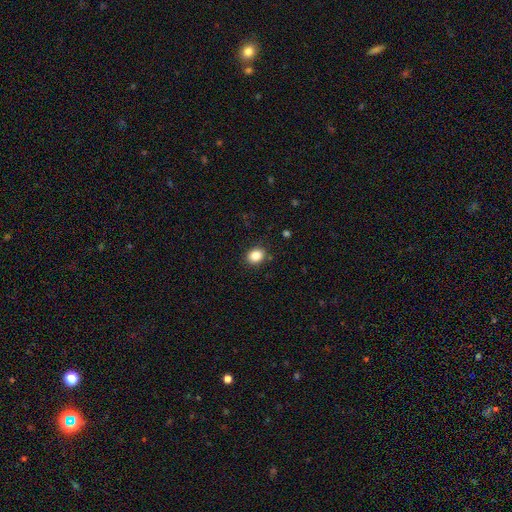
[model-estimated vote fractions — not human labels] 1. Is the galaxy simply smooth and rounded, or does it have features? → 85% smooth, 10% star or artifact, 5% featured or disk.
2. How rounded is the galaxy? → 58% round, 42% in between, 1% cigar-shaped.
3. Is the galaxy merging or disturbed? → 88% none, 8% minor disturbance, 2% major disturbance, 1% merger.